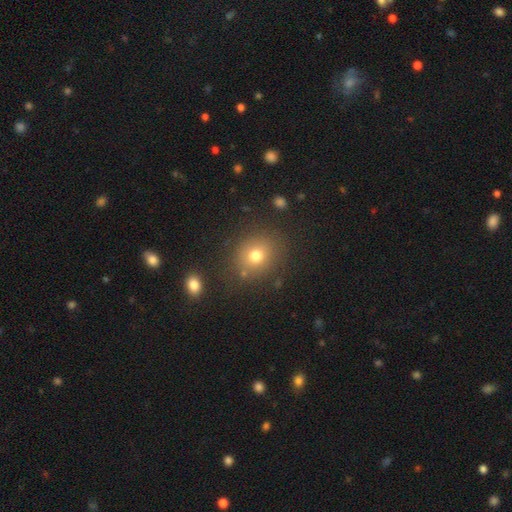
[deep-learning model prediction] The model was most divided on "how rounded": round: 69%, in between: 31%, cigar-shaped: 1%. More confident: merging — none (80%); smooth or featured — smooth (74%).